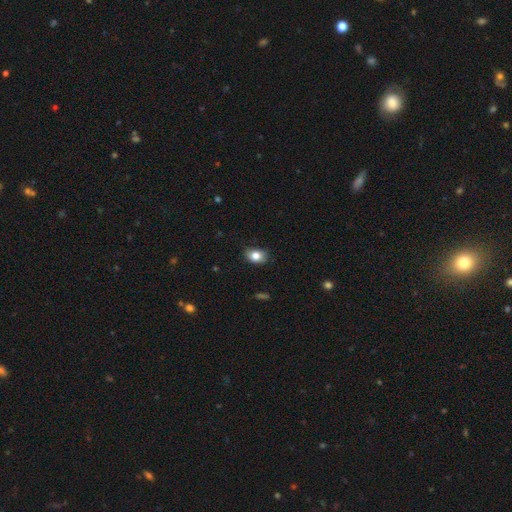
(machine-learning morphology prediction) This is clearly a smooth galaxy (82%). How rounded: likely in between (70%). Merging: likely none (77%).